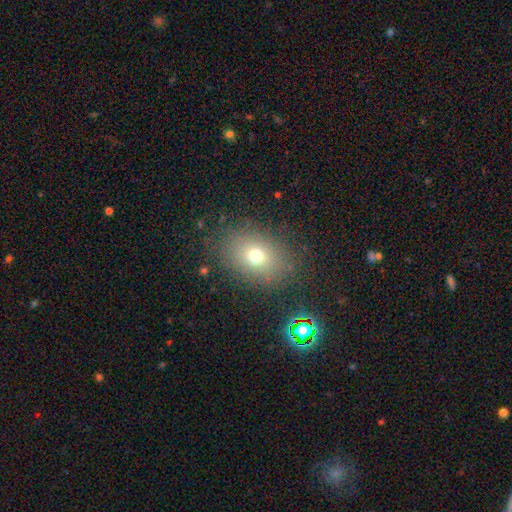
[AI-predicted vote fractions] Smooth or featured? smooth (69%)
How rounded? in between (65%)
Merging? none (83%)